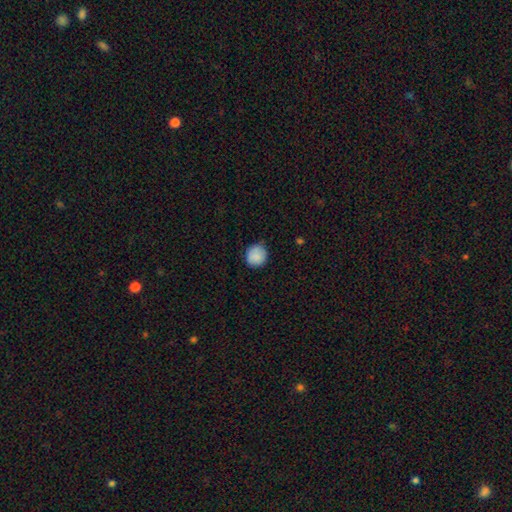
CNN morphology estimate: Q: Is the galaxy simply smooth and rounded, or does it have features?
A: smooth — 88%.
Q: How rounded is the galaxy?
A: round — 91%.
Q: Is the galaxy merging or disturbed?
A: none — 84%.